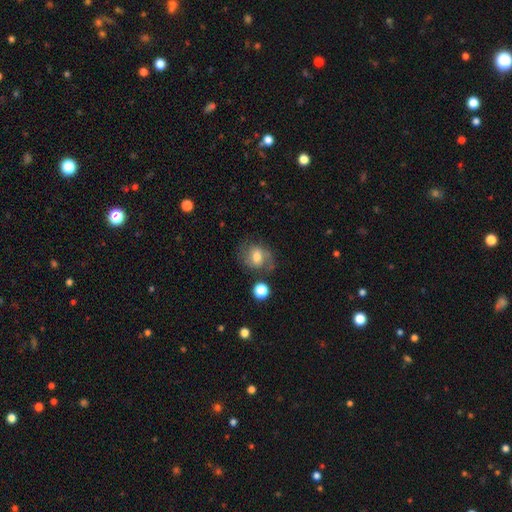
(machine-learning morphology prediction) This appears to be a featured or disk galaxy (54%) with a weak bar (48%), spiral arms (82%) and a moderate central bulge (61%). Merging: none (69%).